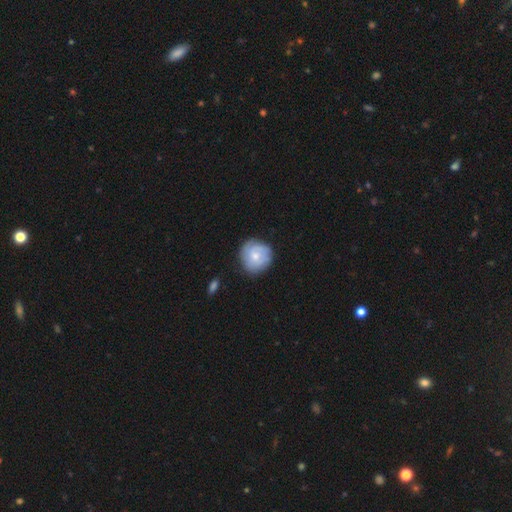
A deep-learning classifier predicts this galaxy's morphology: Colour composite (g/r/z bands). It shows a smooth galaxy with no disk features (56%) that is round (90%). Merging: none (75%).